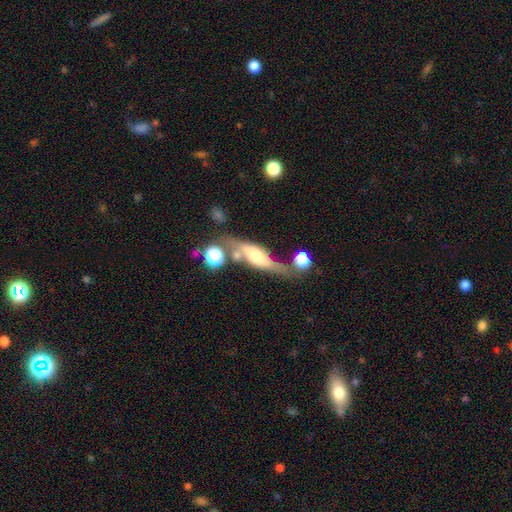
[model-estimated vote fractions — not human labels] Overall: featured or disk (63%; smooth 29%). Edge-on disk: yes (67%; no 33%). Merging: none (51%; minor disturbance 21%).